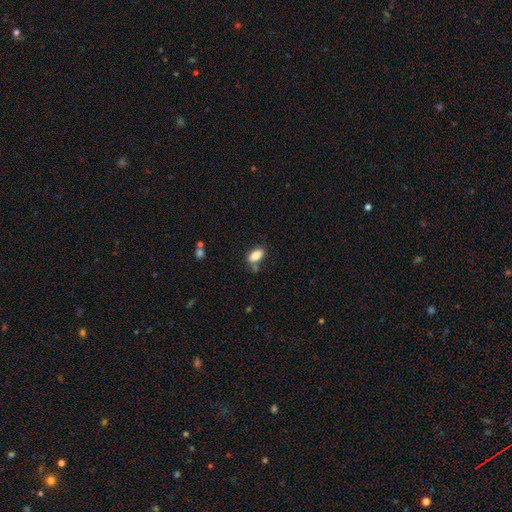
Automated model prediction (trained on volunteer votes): Overall: smooth (85%). How rounded: in between (91%). Merging: none (65%).